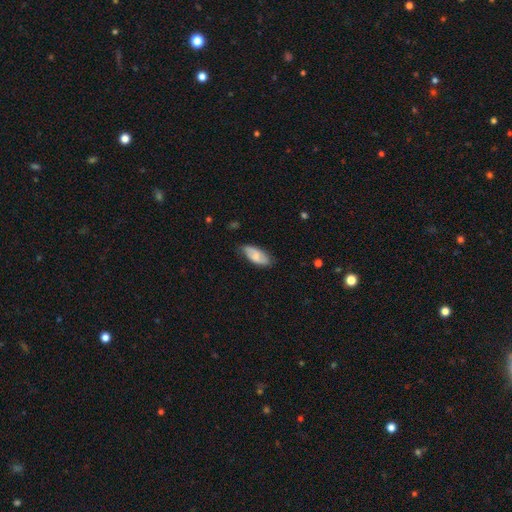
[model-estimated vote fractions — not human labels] This appears to be a smooth galaxy with no disk features (65%) that is in between round and cigar-shaped (87%). Merging: none (72%).